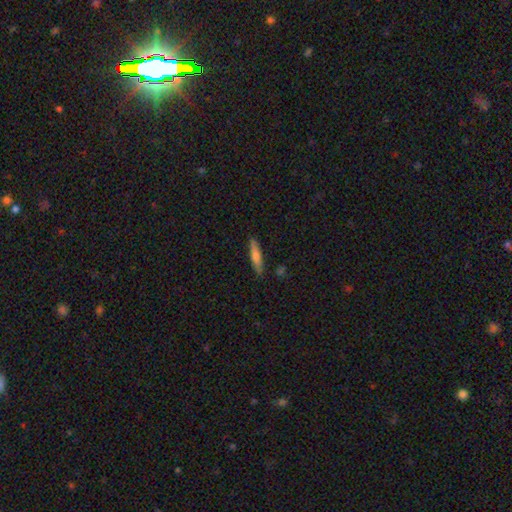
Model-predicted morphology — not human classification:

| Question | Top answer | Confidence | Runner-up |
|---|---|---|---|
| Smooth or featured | smooth | 62% | featured or disk (31%) |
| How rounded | cigar-shaped | 88% | in between (10%) |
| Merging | none | 87% | minor disturbance (9%) |